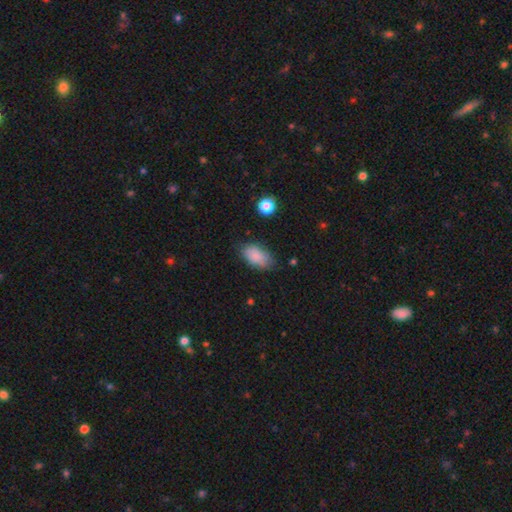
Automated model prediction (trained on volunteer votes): This appears to be a smooth galaxy with no disk features (85%) that is in between round and cigar-shaped (93%). Merging: none (73%).